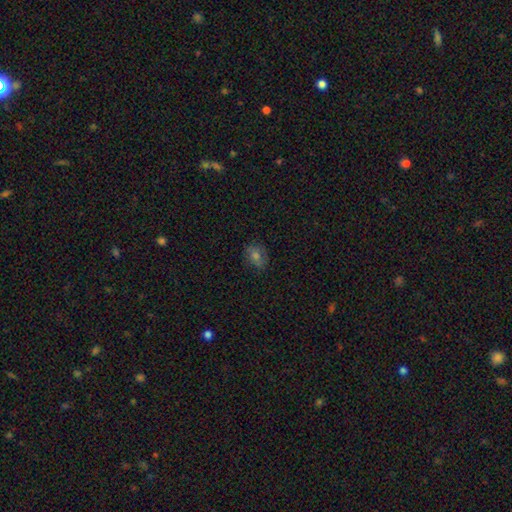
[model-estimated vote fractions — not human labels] Smooth or featured? Predicted: smooth (p=0.54). How rounded? Predicted: in between (p=0.54). Merging? Predicted: none (p=0.80).